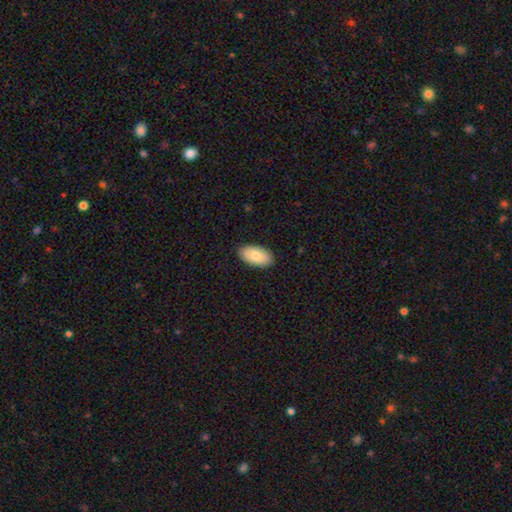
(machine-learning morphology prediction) Q: Smooth or featured?
A: smooth (80%); runner-up: featured or disk (14%)
Q: How rounded?
A: in between (95%); runner-up: round (3%)
Q: Merging?
A: none (89%); runner-up: minor disturbance (8%)